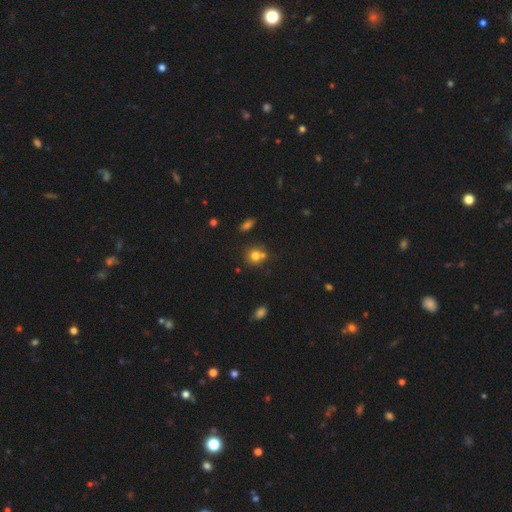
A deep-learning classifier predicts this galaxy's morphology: This is likely a smooth galaxy (74%). How rounded: clearly round (82%). Merging: possibly none (54%).